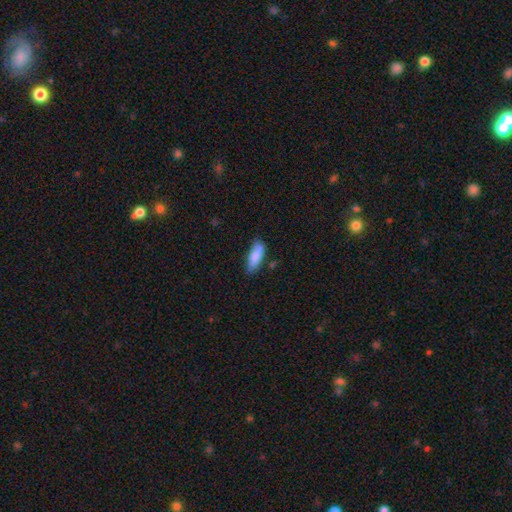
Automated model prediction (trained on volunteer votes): smooth-or-featured: smooth: 85% | featured or disk: 9% | star or artifact: 6%
  how-rounded: in between: 58% | cigar-shaped: 40% | round: 2%
  merging: none: 67% | minor disturbance: 25% | major disturbance: 5% | merger: 4%